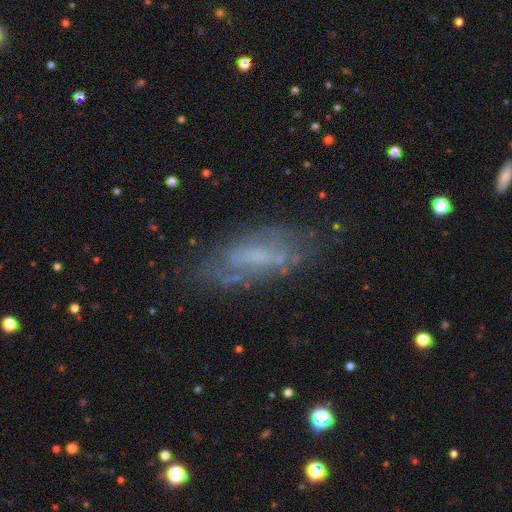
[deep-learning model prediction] Smooth or featured?
  - featured or disk: 56% *
  - smooth: 33%
  - star or artifact: 11%
Edge-on disk?
  - no: 84% *
  - yes: 16%
Merging?
  - none: 65% *
  - minor disturbance: 21%
  - major disturbance: 11%
  - merger: 3%